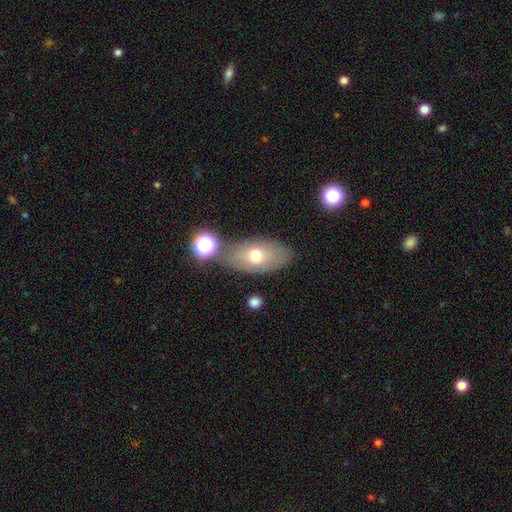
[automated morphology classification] Smooth or featured: smooth — 67% (featured or disk — 24%)
How rounded: in between — 89% (round — 8%)
Merging: none — 67% (minor disturbance — 15%)